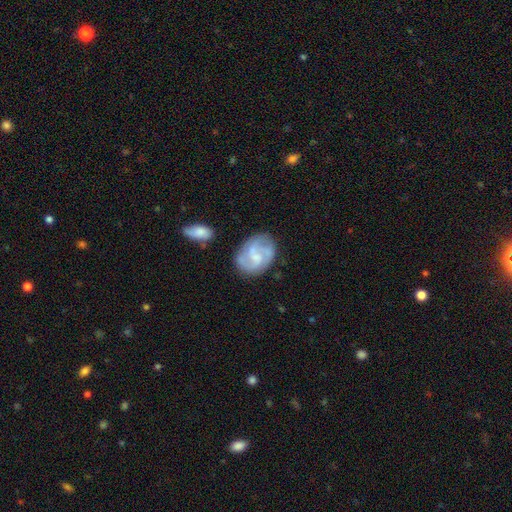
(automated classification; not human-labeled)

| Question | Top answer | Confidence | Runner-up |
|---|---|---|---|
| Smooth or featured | featured or disk | 74% | smooth (20%) |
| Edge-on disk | no | 98% | yes (2%) |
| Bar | weak | 47% | no (45%) |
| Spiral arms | yes | 91% | no (9%) |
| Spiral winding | medium | 49% | tight (28%) |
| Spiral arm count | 2 | 46% | 3 (25%) |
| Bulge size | small | 41% | moderate (29%) |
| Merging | none | 69% | minor disturbance (19%) |